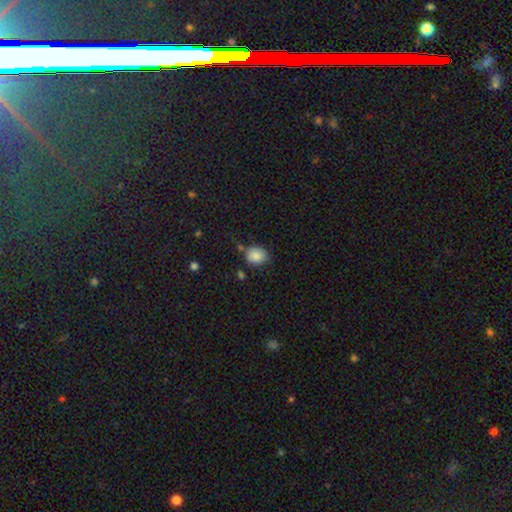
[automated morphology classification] smooth_or_featured: smooth (p=0.84) [alt: star or artifact p=0.10]
how_rounded: round (p=0.59) [alt: in between p=0.40]
merging: none (p=0.68) [alt: minor disturbance p=0.22]